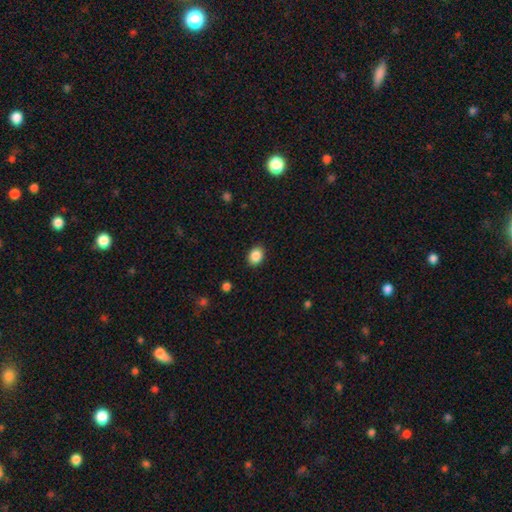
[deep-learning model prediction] Smooth or featured: smooth — 88% (star or artifact — 9%)
How rounded: in between — 63% (round — 37%)
Merging: none — 89% (minor disturbance — 8%)